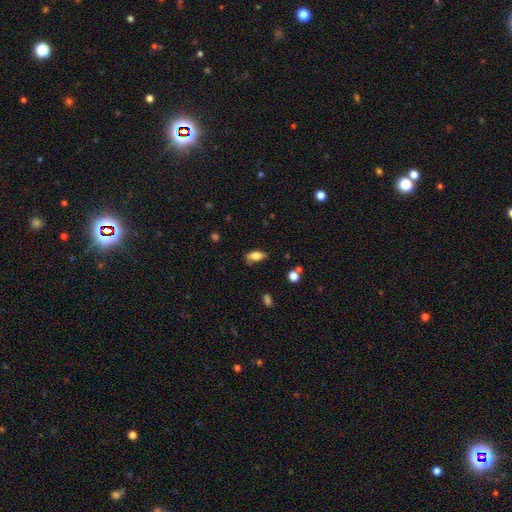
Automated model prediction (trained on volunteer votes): Smooth or featured?
  - smooth: 77% *
  - featured or disk: 14%
  - star or artifact: 8%
How rounded?
  - in between: 85% *
  - cigar-shaped: 11%
  - round: 4%
Merging?
  - none: 69% *
  - minor disturbance: 23%
  - major disturbance: 5%
  - merger: 3%